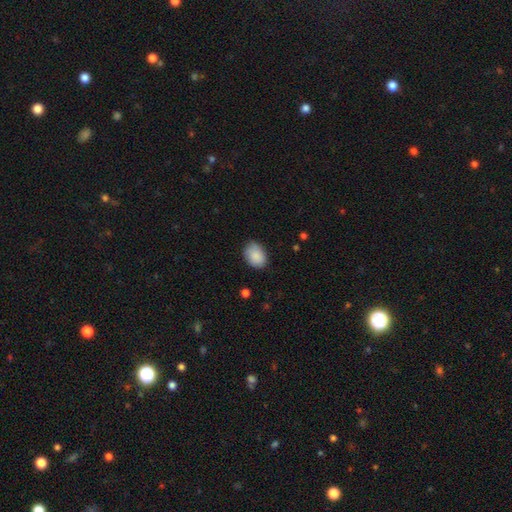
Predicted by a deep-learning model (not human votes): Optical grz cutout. It shows a smooth galaxy with no disk features (88%) that is in between round and cigar-shaped (71%). Merging: none (74%).